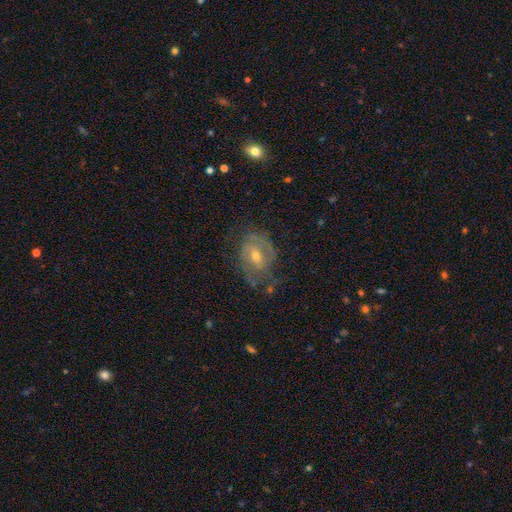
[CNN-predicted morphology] Smooth or featured: featured or disk — 78% (smooth — 14%)
Edge-on disk: no — 97% (yes — 3%)
Bar: weak — 47% (no — 39%)
Spiral arms: yes — 85% (no — 15%)
Spiral winding: tight — 45% (medium — 40%)
Spiral arm count: 2 — 54% (can't tell — 26%)
Bulge size: moderate — 56% (small — 40%)
Merging: none — 62% (minor disturbance — 22%)